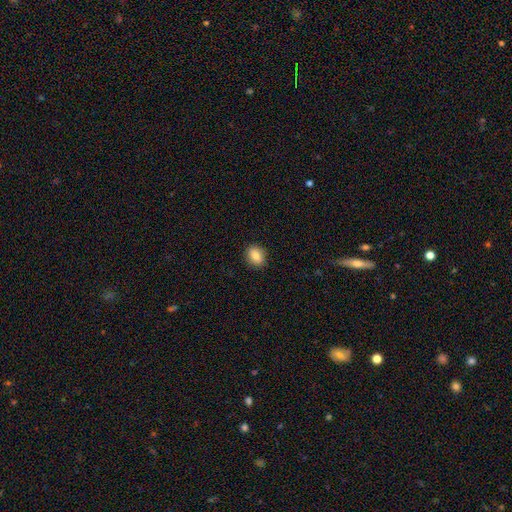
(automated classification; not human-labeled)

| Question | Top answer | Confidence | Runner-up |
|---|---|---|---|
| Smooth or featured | smooth | 81% | featured or disk (9%) |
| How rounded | round | 59% | in between (40%) |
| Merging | none | 89% | minor disturbance (8%) |